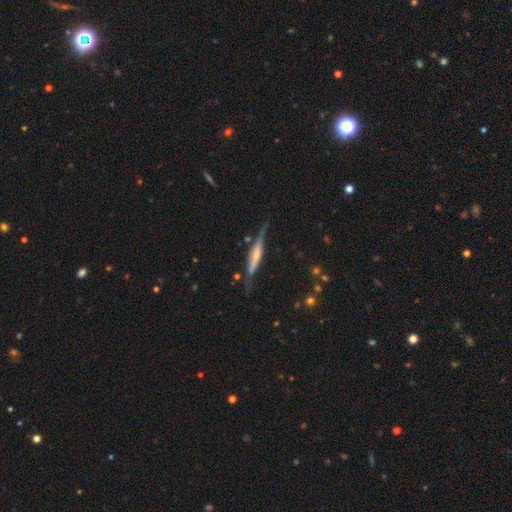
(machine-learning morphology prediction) Smooth or featured?
  - featured or disk: 65% *
  - smooth: 29%
  - star or artifact: 6%
Edge-on disk?
  - yes: 93% *
  - no: 7%
Edge-on bulge?
  - rounded: 48% *
  - boxy: 30%
  - none: 22%
Merging?
  - none: 68% *
  - minor disturbance: 22%
  - major disturbance: 7%
  - merger: 3%